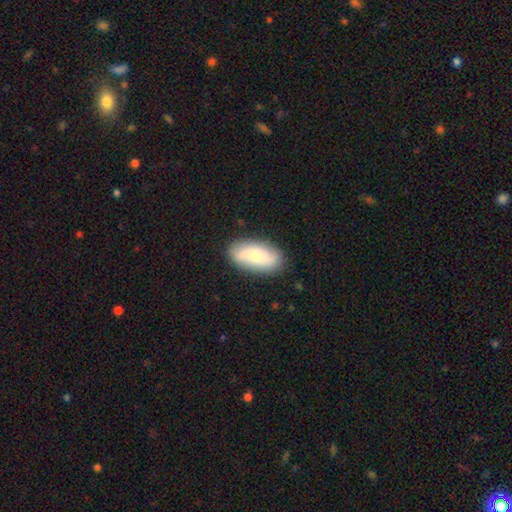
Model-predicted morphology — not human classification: Smooth or featured? smooth (65%)
How rounded? in between (90%)
Merging? none (85%)